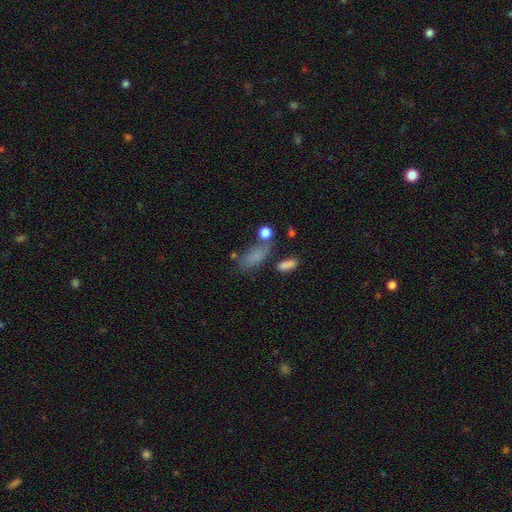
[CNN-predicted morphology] smooth 70%, star or artifact 15%, featured or disk 14%. Down the decision tree: how rounded — in between (71%); merging — none (47%).